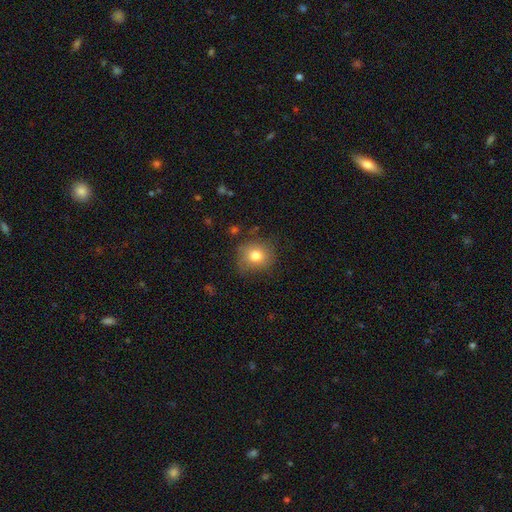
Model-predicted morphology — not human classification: type=smooth (78%); roundness=round (79%); merging=none (78%).